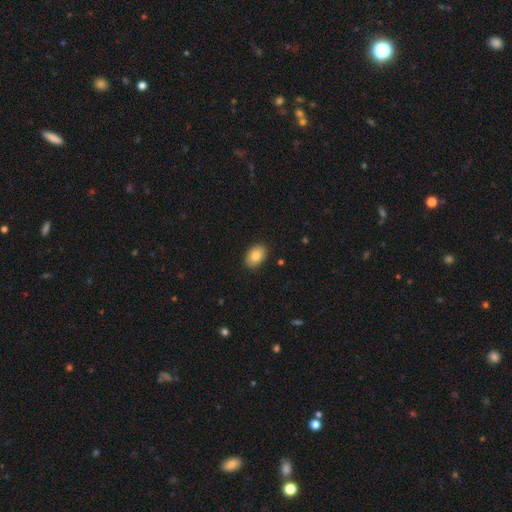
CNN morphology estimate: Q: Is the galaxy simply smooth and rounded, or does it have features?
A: smooth — 83%.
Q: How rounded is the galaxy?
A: in between — 87%.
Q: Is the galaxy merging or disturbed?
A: none — 89%.